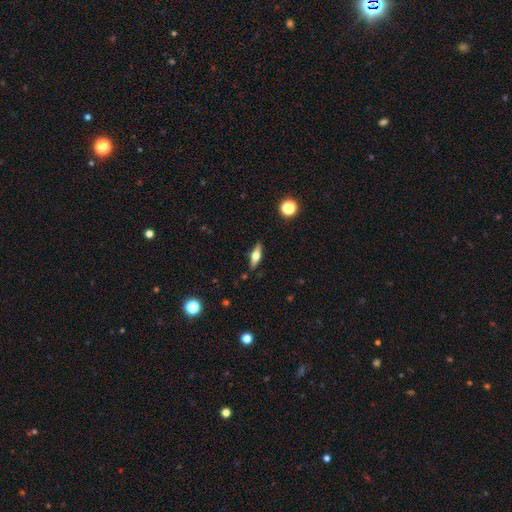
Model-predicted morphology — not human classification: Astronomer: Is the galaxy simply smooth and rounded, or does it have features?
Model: featured or disk — 49% (runner-up: smooth, 44%).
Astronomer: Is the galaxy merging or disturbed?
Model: none — 87%.